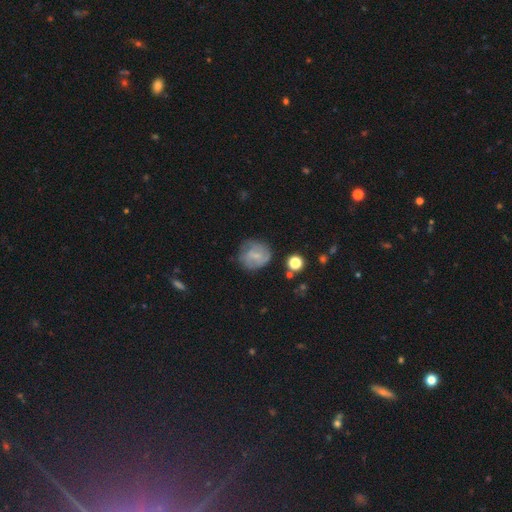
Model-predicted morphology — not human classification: This appears to be a smooth galaxy with no disk features (47%). Merging: none (59%).